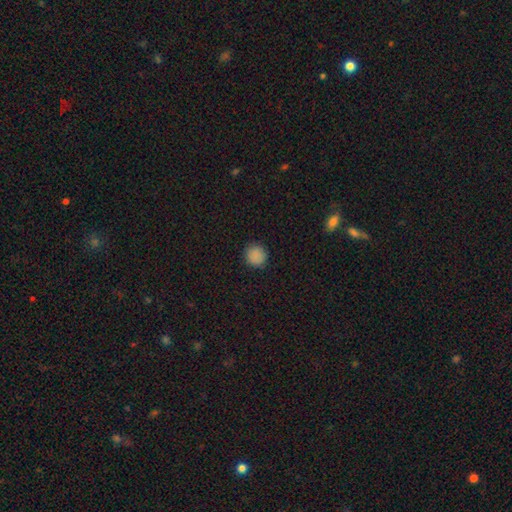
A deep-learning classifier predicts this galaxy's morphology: Overall: smooth (87%). How rounded: round (94%). Merging: none (91%).